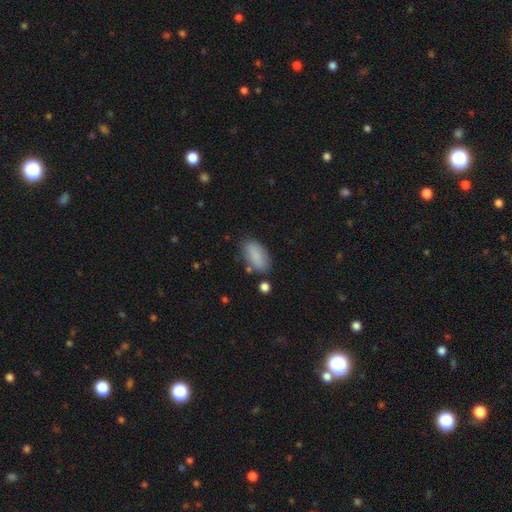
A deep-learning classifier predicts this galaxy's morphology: Smooth or featured?
  - smooth: 86% *
  - featured or disk: 8%
  - star or artifact: 7%
How rounded?
  - in between: 90% *
  - cigar-shaped: 7%
  - round: 3%
Merging?
  - none: 77% *
  - minor disturbance: 15%
  - merger: 4%
  - major disturbance: 4%